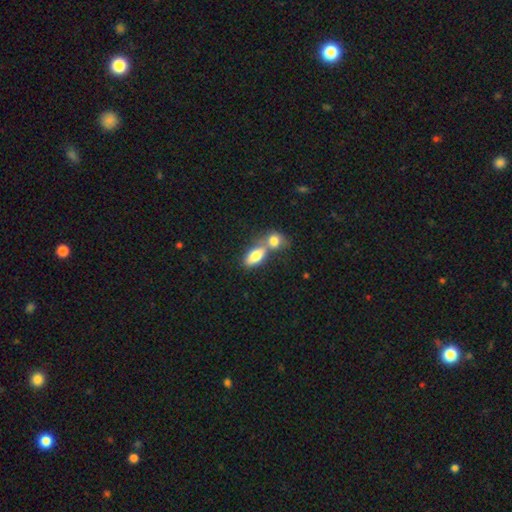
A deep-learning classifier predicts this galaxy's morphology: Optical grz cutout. It shows a smooth galaxy with no disk features (78%) that is in between round and cigar-shaped (83%). Merging: merger (63%).